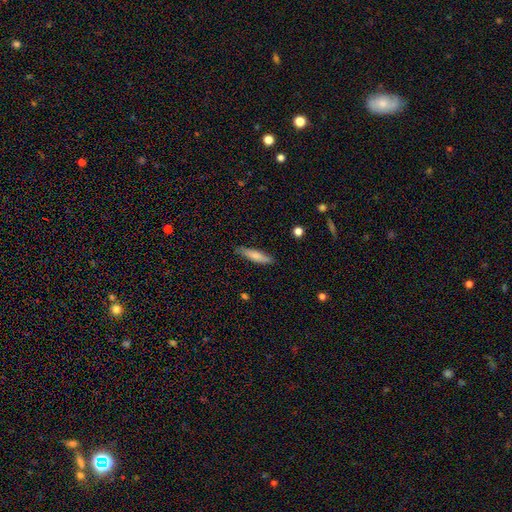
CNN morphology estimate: smooth-or-featured: smooth: 77% | featured or disk: 17% | star or artifact: 6%
  how-rounded: cigar-shaped: 79% | in between: 19% | round: 1%
  merging: none: 81% | minor disturbance: 15% | major disturbance: 3% | merger: 1%